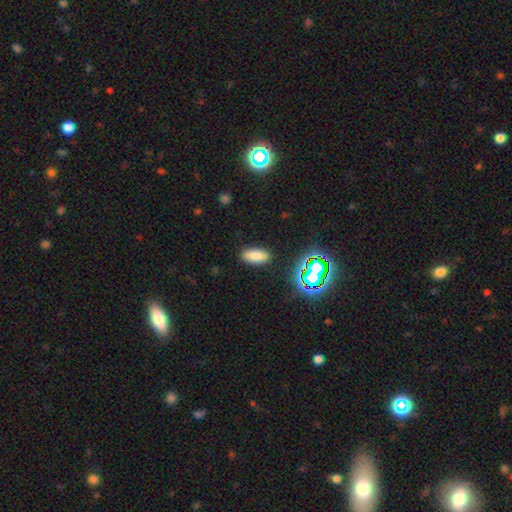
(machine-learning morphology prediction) This appears to be a smooth galaxy with no disk features (75%) that is in between round and cigar-shaped (87%). Merging: none (88%).